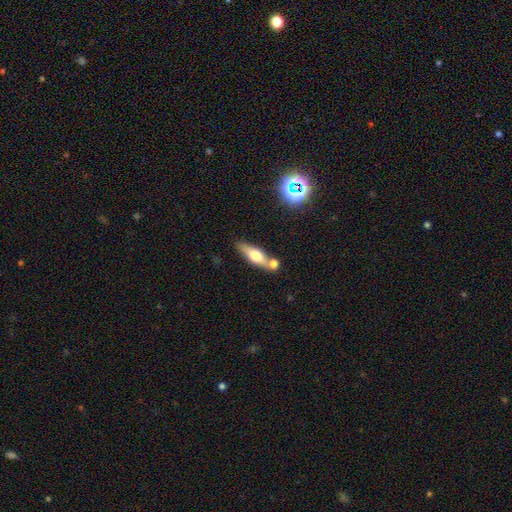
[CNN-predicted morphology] type=smooth (51%); roundness=cigar-shaped (52%); merging=none (61%).